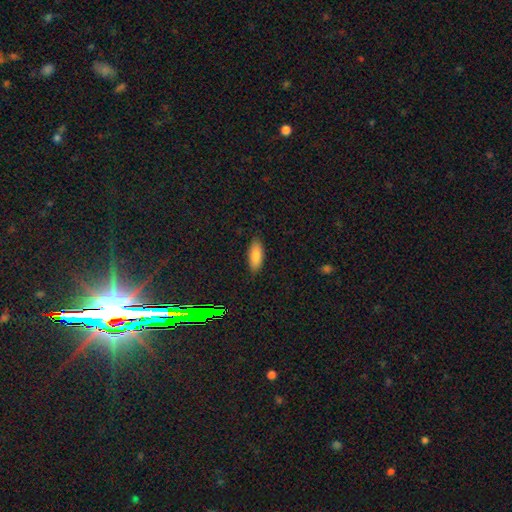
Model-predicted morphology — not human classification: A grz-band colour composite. It shows a smooth galaxy with no disk features (84%) that is in between round and cigar-shaped (78%). Merging: none (86%).